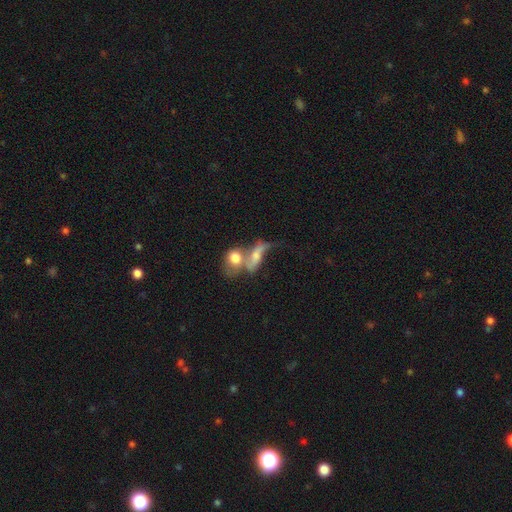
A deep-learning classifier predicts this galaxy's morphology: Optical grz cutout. It shows a smooth galaxy with no disk features (52%) that is in between round and cigar-shaped (63%). Merging: merger (65%).